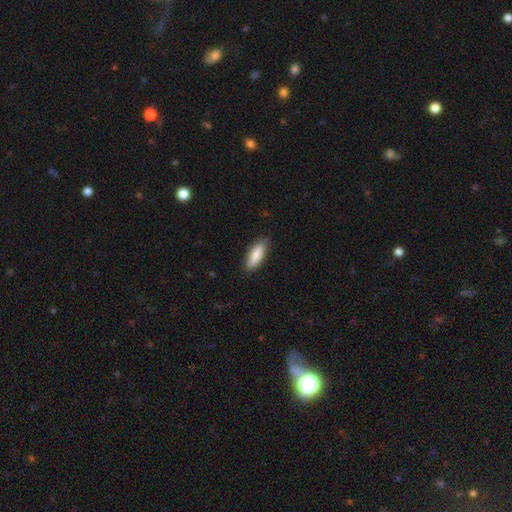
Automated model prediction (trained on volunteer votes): This appears to be a smooth galaxy with no disk features (86%) that is in between round and cigar-shaped (67%). Merging: none (85%).